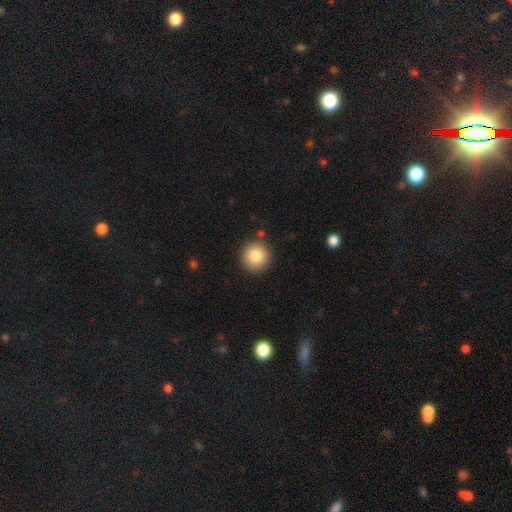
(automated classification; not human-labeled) Morphology: type=smooth (82%); roundness=round (94%); merging=none (89%).